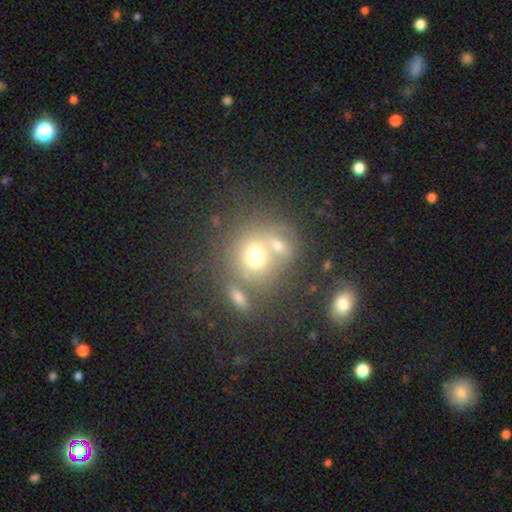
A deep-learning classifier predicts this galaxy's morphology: Smooth or featured: smooth — 68% (featured or disk — 17%)
How rounded: round — 80% (in between — 19%)
Merging: none — 43% (merger — 41%)